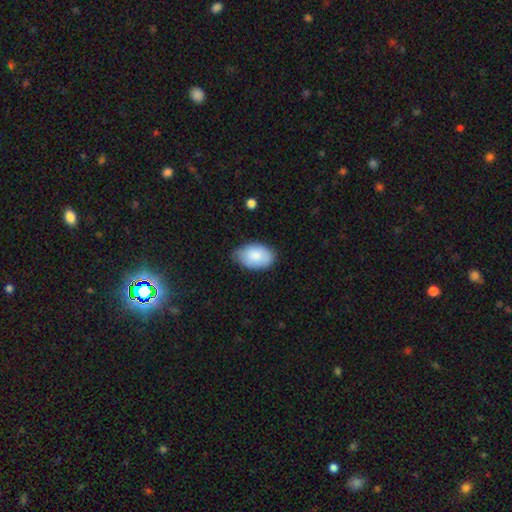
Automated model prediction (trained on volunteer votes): Smooth or featured? smooth (84%)
How rounded? in between (90%)
Merging? none (63%)